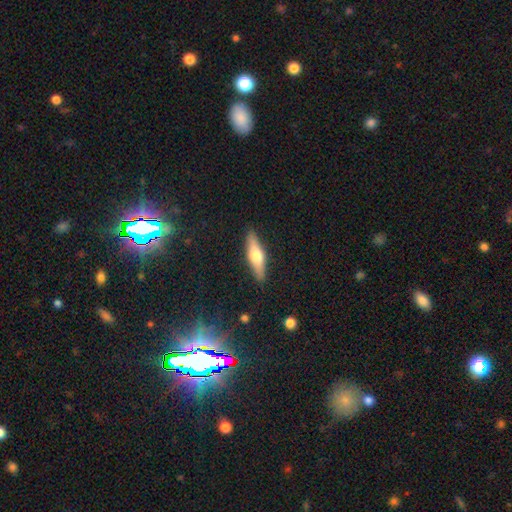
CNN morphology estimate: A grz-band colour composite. It shows a smooth galaxy with no disk features (48%). Merging: none (89%).